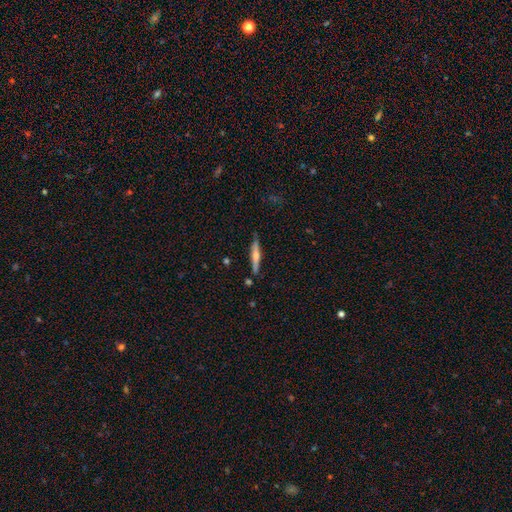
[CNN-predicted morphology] A featured or disk galaxy (53%) viewed edge-on (96%) with a rounded central bulge (80%).

Vote fractions:
- Smooth or featured? featured or disk: 53% / smooth: 41% / star or artifact: 6%
- Edge-on disk? yes: 96% / no: 4%
- Edge-on bulge? rounded: 80% / none: 12% / boxy: 8%
- Merging? none: 84% / minor disturbance: 11% / merger: 3% / major disturbance: 2%